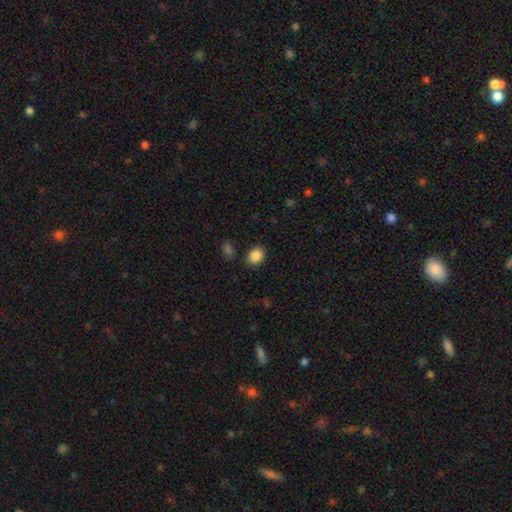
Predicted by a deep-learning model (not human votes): smooth 87%, star or artifact 9%, featured or disk 4%. Down the decision tree: how rounded — in between (52%); merging — none (83%).